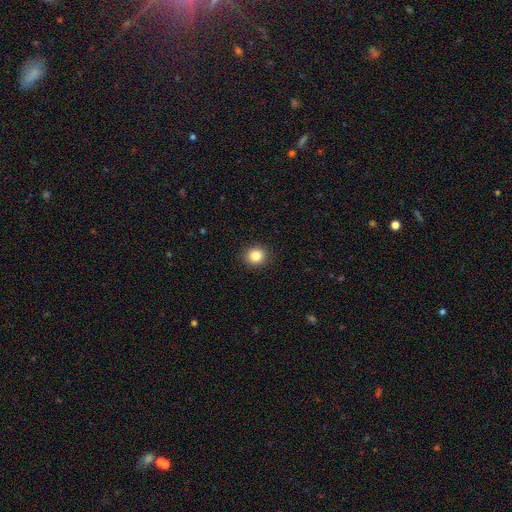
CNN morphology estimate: Overall: smooth (85%). How rounded: round (84%). Merging: none (91%).